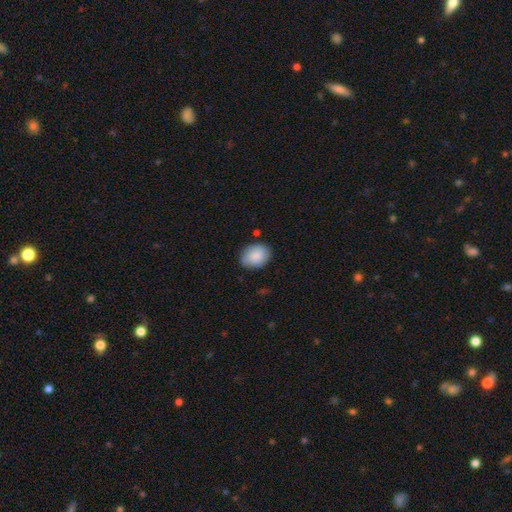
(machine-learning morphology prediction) Q: Smooth or featured?
A: smooth (88%); runner-up: star or artifact (6%)
Q: How rounded?
A: in between (65%); runner-up: round (34%)
Q: Merging?
A: none (80%); runner-up: minor disturbance (15%)